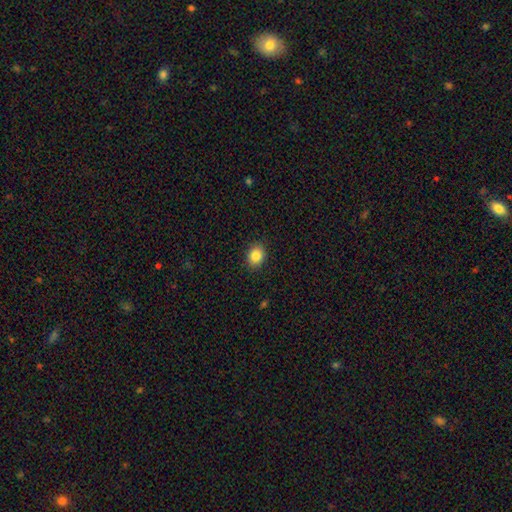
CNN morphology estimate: smooth_or_featured: smooth (p=0.86) [alt: star or artifact p=0.09]
how_rounded: round (p=0.54) [alt: in between p=0.45]
merging: none (p=0.90) [alt: minor disturbance p=0.07]